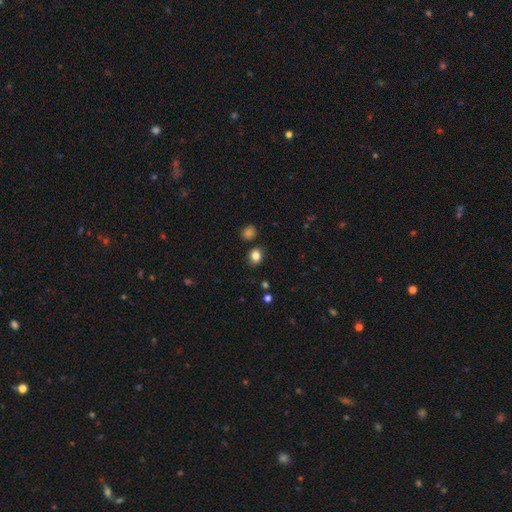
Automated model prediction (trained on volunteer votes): Smooth or featured?
  - smooth: 83% *
  - star or artifact: 12%
  - featured or disk: 5%
How rounded?
  - round: 60% *
  - in between: 39%
  - cigar-shaped: 1%
Merging?
  - none: 83% *
  - minor disturbance: 11%
  - merger: 4%
  - major disturbance: 3%